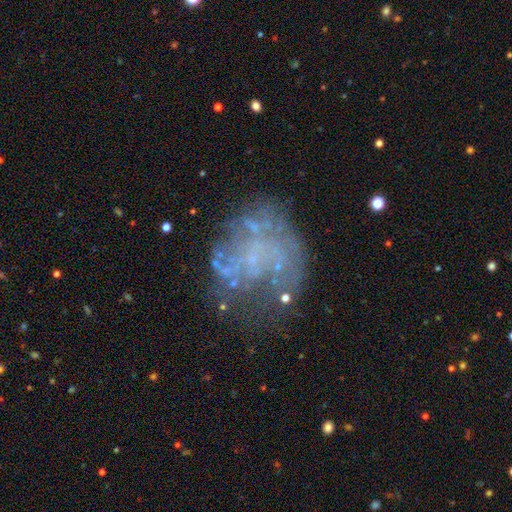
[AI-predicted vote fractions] A featured or disk galaxy (63%) with no bar (89%), no spiral arms (73%) and no central bulge (71%).

Vote fractions:
- Smooth or featured? featured or disk: 63% / star or artifact: 19% / smooth: 18%
- Edge-on disk? no: 98% / yes: 2%
- Bar? no: 89% / weak: 8% / strong: 3%
- Spiral arms? no: 73% / yes: 27%
- Bulge size? none: 71% / small: 23% / moderate: 4% / large: 1% / dominant: 1%
- Merging? none: 51% / major disturbance: 25% / minor disturbance: 19% / merger: 5%